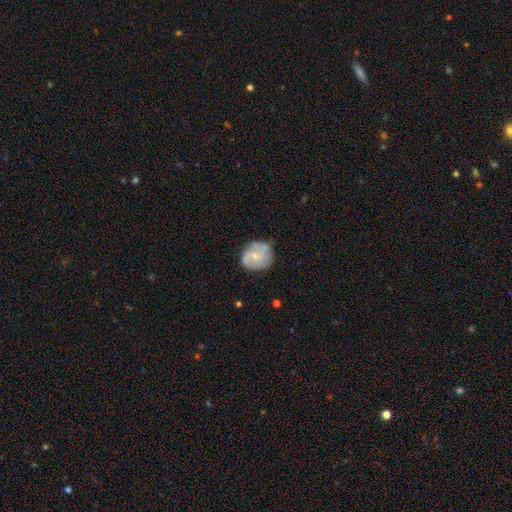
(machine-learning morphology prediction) A featured or disk galaxy (53%) with no bar (67%), spiral arms (77%) and a small central bulge (64%).

Vote fractions:
- Smooth or featured? featured or disk: 53% / smooth: 41% / star or artifact: 7%
- Edge-on disk? no: 98% / yes: 2%
- Bar? no: 67% / weak: 29% / strong: 4%
- Spiral arms? yes: 77% / no: 23%
- Bulge size? small: 64% / moderate: 27% / none: 7% / large: 1% / dominant: 1%
- Merging? none: 66% / minor disturbance: 23% / major disturbance: 8% / merger: 3%